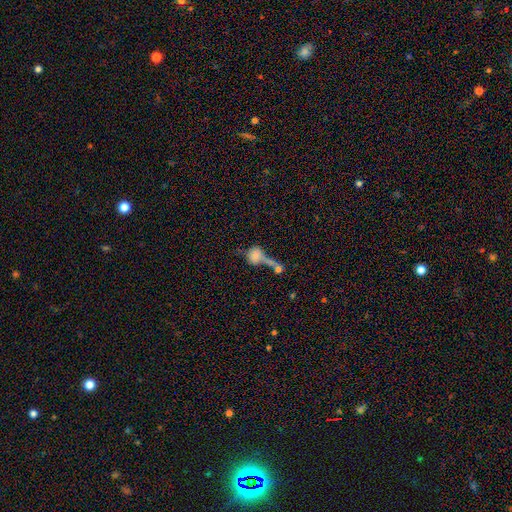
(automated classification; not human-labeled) This is likely a smooth galaxy (66%). How rounded: possibly round (57%). Merging: possibly merger (48%).